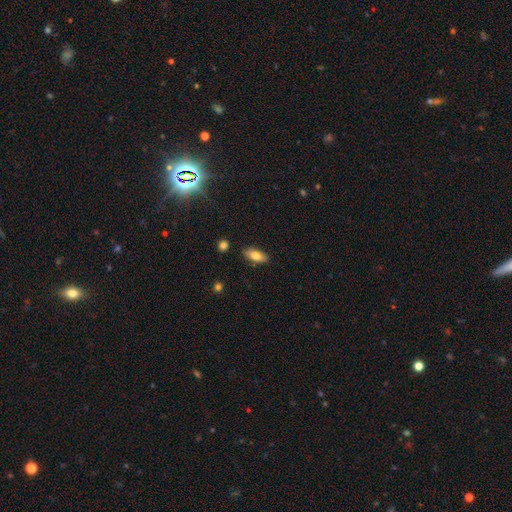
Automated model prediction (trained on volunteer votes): This appears to be a smooth galaxy with no disk features (80%) that is in between round and cigar-shaped (82%). Merging: none (85%).